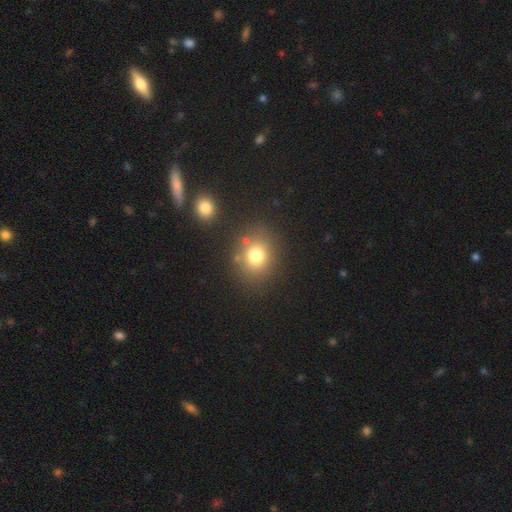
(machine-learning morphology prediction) smooth_or_featured: smooth (p=0.76) [alt: star or artifact p=0.14]
how_rounded: round (p=0.66) [alt: in between p=0.34]
merging: none (p=0.78) [alt: minor disturbance p=0.10]